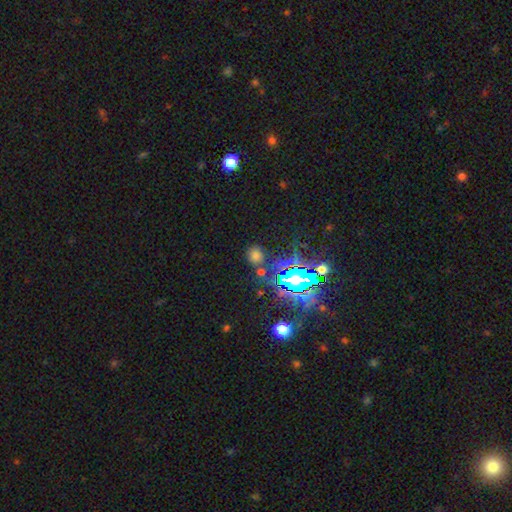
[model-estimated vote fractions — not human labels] smooth 55%, star or artifact 38%, featured or disk 8%. Down the decision tree: how rounded — round (75%); merging — none (79%).